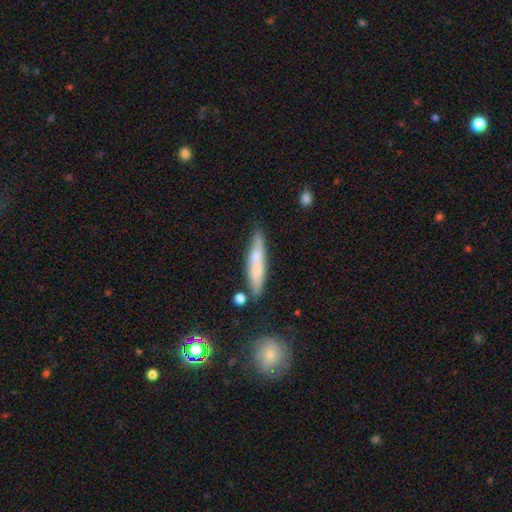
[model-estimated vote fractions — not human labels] A smooth galaxy with no disk features (63%) that is cigar-shaped (80%).

Vote fractions:
- Smooth or featured? smooth: 63% / featured or disk: 30% / star or artifact: 7%
- How rounded? cigar-shaped: 80% / in between: 18% / round: 2%
- Merging? none: 68% / minor disturbance: 16% / merger: 12% / major disturbance: 4%